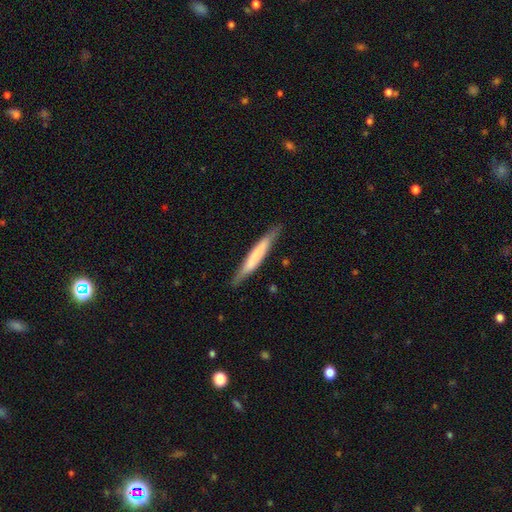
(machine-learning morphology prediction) Smooth or featured? Predicted: smooth (p=0.58). How rounded? Predicted: cigar-shaped (p=0.95). Merging? Predicted: none (p=0.84).